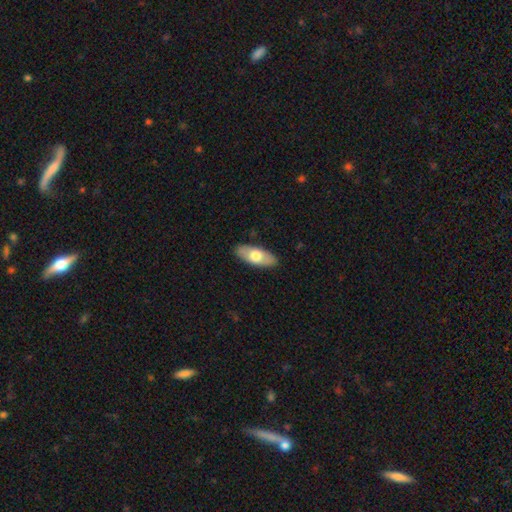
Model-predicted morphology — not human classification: This appears to be a smooth galaxy with no disk features (63%) that is in between round and cigar-shaped (84%). Merging: none (88%).